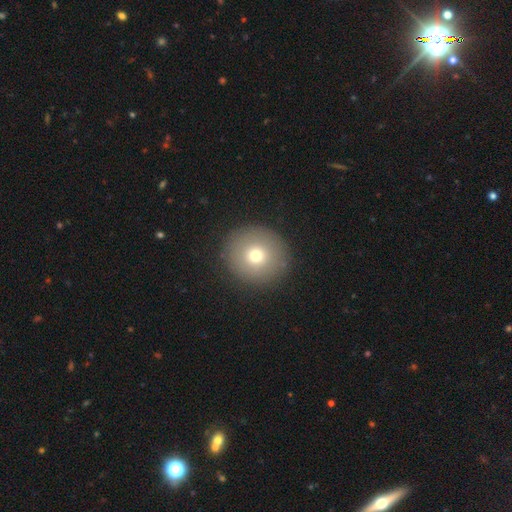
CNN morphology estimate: smooth_or_featured: smooth (p=0.72) [alt: featured or disk p=0.16]
how_rounded: round (p=0.92) [alt: in between p=0.07]
merging: none (p=0.89) [alt: minor disturbance p=0.07]